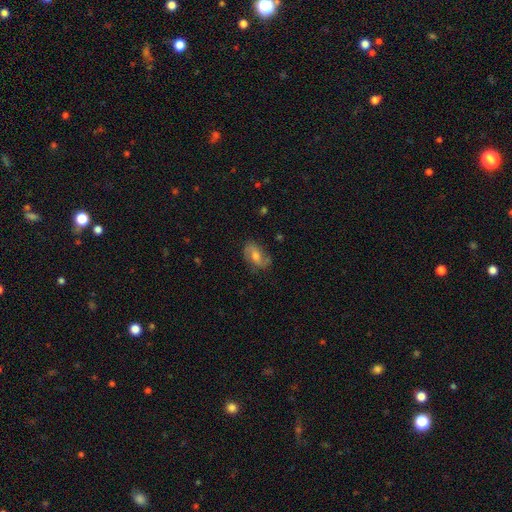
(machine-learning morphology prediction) type=featured or disk (65%); edge-on=no (95%); bar=weak (43%, tied with no); spiral arms=yes (89%); winding=medium (40%, tied with loose); arm count=2 (84%); bulge=moderate (61%); merging=none (75%).